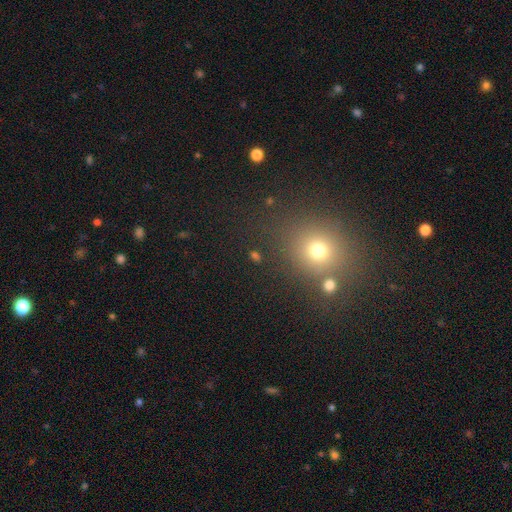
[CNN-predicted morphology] smooth 57%, star or artifact 33%, featured or disk 9%. Down the decision tree: how rounded — round (76%); merging — none (77%).